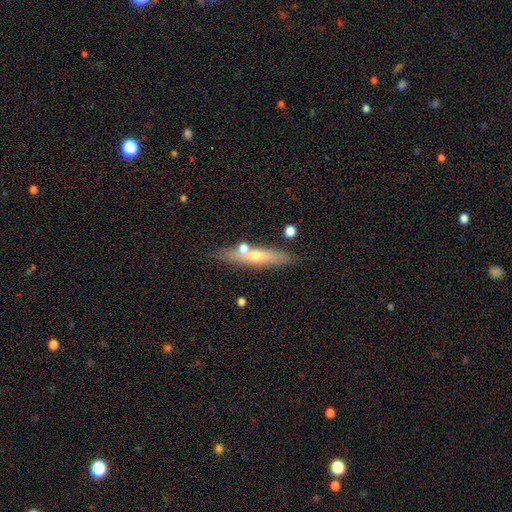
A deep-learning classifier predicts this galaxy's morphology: Q: Smooth or featured?
A: featured or disk (51%); runner-up: smooth (41%)
Q: Edge-on disk?
A: yes (83%); runner-up: no (17%)
Q: Merging?
A: none (75%); runner-up: minor disturbance (11%)